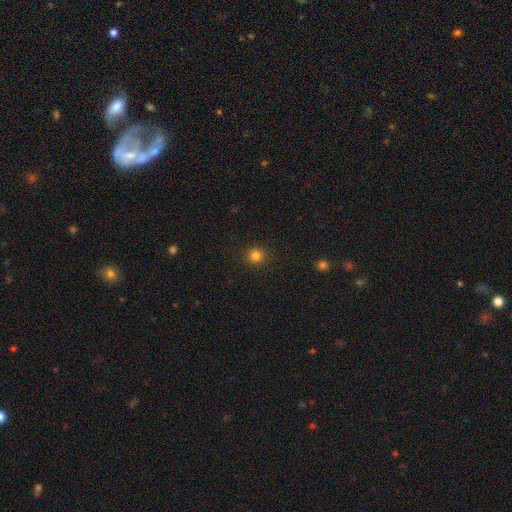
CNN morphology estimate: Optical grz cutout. It shows a smooth galaxy with no disk features (82%) that is round (93%). Merging: none (91%).